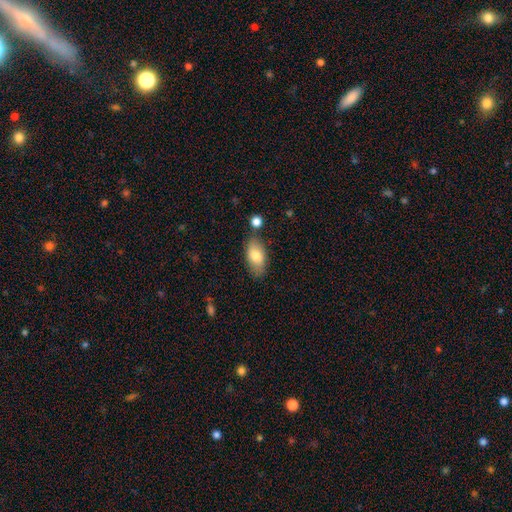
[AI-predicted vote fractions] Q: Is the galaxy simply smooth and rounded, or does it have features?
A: smooth — 79%.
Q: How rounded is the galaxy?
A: in between — 92%.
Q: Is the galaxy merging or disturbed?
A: none — 76%.